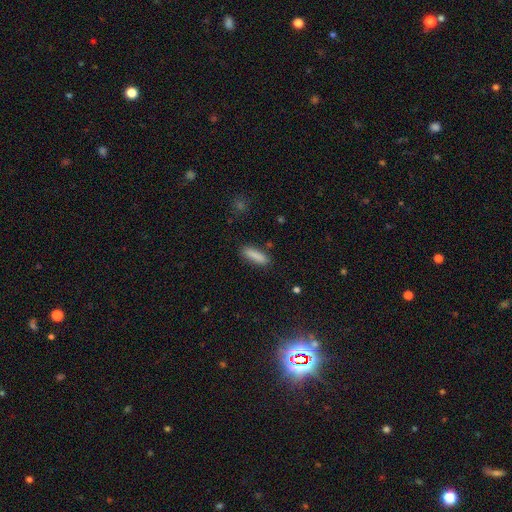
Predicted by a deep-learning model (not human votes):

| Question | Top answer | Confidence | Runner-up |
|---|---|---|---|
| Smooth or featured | smooth | 86% | star or artifact (7%) |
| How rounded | cigar-shaped | 63% | in between (35%) |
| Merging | none | 83% | minor disturbance (12%) |